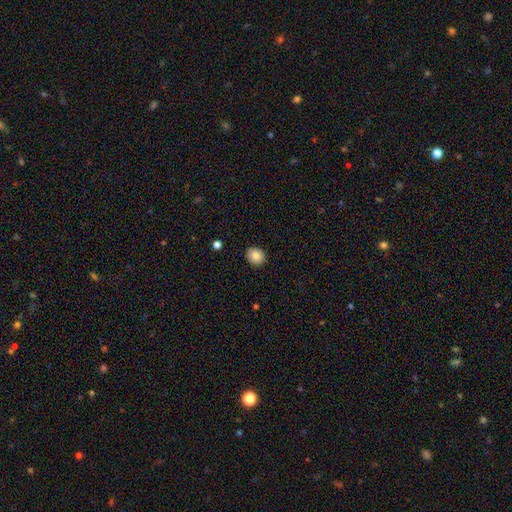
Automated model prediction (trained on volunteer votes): Smooth or featured?
  - smooth: 85% *
  - star or artifact: 9%
  - featured or disk: 6%
How rounded?
  - round: 73% *
  - in between: 26%
  - cigar-shaped: 1%
Merging?
  - none: 91% *
  - minor disturbance: 6%
  - major disturbance: 2%
  - merger: 1%